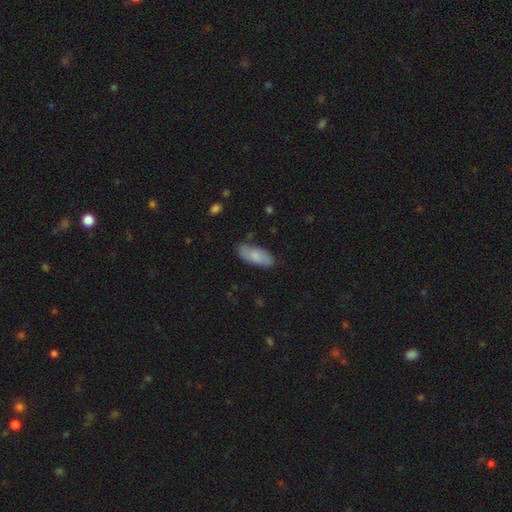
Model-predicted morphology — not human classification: Smooth or featured: smooth — 78% (featured or disk — 16%)
How rounded: in between — 82% (cigar-shaped — 16%)
Merging: none — 78% (minor disturbance — 17%)